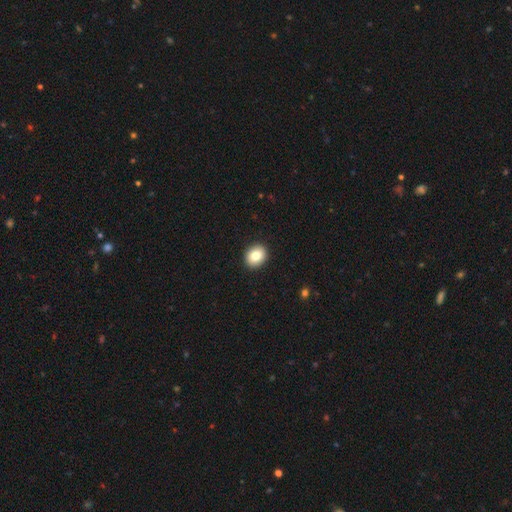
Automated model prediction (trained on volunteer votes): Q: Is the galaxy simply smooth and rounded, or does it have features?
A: smooth — 83%.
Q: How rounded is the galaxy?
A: round — 54%.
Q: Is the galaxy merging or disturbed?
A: none — 92%.